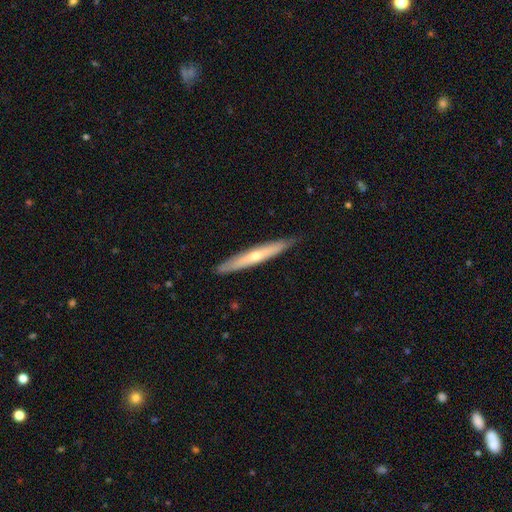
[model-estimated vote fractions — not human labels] Overall: featured or disk (58%; smooth 36%). Edge-on disk: yes (94%). Edge-on bulge: rounded (72%). Merging: none (90%).